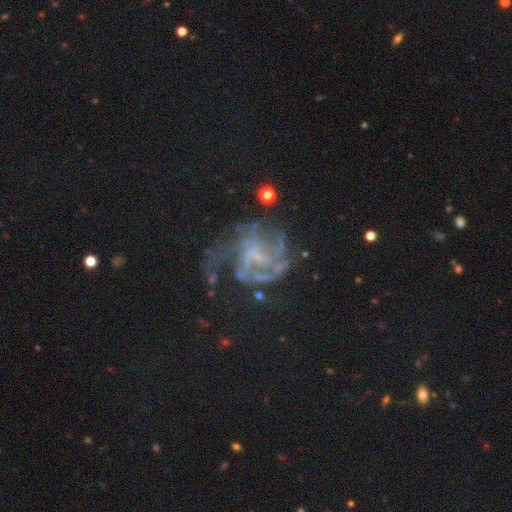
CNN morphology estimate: Smooth or featured?
  - featured or disk: 75% *
  - star or artifact: 15%
  - smooth: 11%
Edge-on disk?
  - no: 98% *
  - yes: 2%
Bar?
  - no: 52% *
  - weak: 38%
  - strong: 11%
Spiral arms?
  - yes: 75% *
  - no: 25%
Spiral winding?
  - medium: 42% *
  - tight: 31%
  - loose: 27%
Spiral arm count?
  - can't tell: 41% *
  - 3: 19%
  - 2: 16%
  - 4: 10%
  - 1: 7%
  - more than 4: 6%
Bulge size?
  - small: 45% *
  - none: 40%
  - moderate: 12%
  - large: 2%
  - dominant: 1%
Merging?
  - none: 43% *
  - major disturbance: 34%
  - minor disturbance: 18%
  - merger: 4%